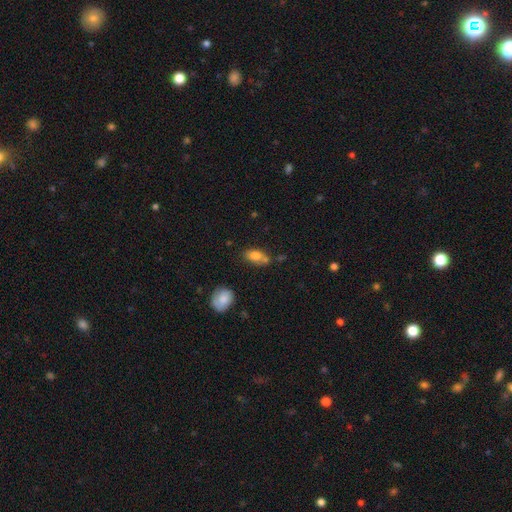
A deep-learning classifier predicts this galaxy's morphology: Smooth or featured: smooth — 78% (featured or disk — 13%)
How rounded: in between — 81% (round — 14%)
Merging: none — 48% (merger — 27%)